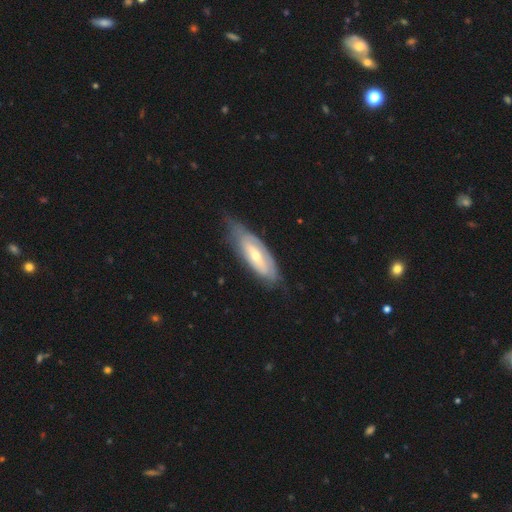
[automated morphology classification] Smooth or featured: featured or disk — 68% (smooth — 26%)
Edge-on disk: no — 79% (yes — 21%)
Bar: no — 47% (weak — 34%)
Spiral arms: yes — 67% (no — 33%)
Bulge size: small — 49% (moderate — 46%)
Merging: none — 61% (minor disturbance — 28%)